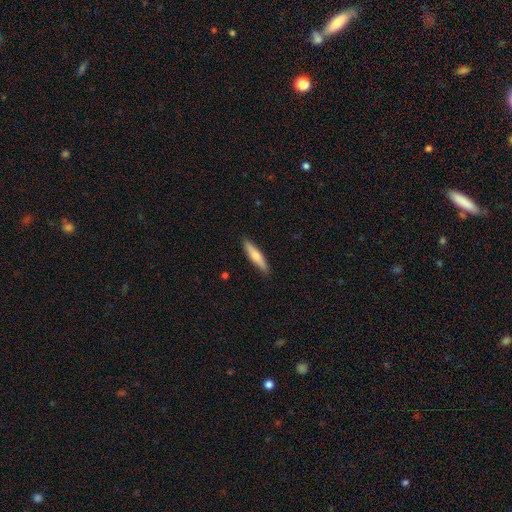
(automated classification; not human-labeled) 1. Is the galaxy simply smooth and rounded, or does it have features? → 58% smooth, 36% featured or disk, 5% star or artifact.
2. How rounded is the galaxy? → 83% cigar-shaped, 15% in between, 2% round.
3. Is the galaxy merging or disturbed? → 90% none, 8% minor disturbance, 1% major disturbance, 1% merger.